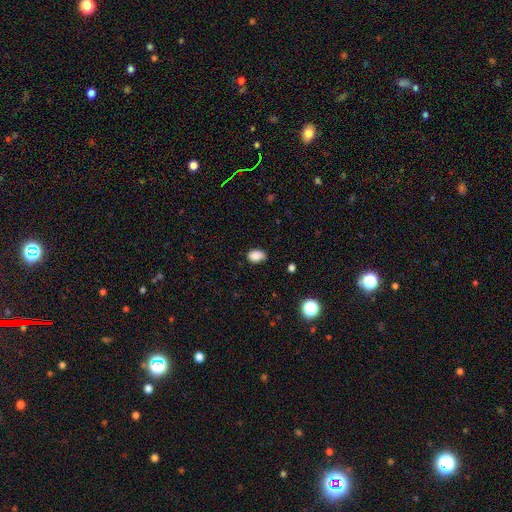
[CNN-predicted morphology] smooth_or_featured: smooth (p=0.86) [alt: star or artifact p=0.09]
how_rounded: in between (p=0.80) [alt: round p=0.18]
merging: none (p=0.69) [alt: minor disturbance p=0.25]